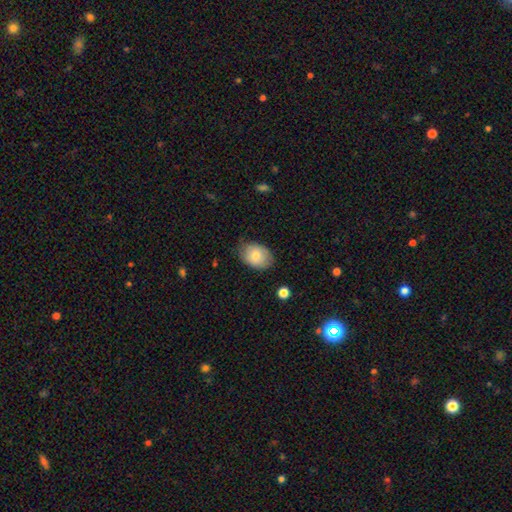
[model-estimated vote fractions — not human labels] The model was most divided on "merging": none: 75%, minor disturbance: 20%, major disturbance: 4%, merger: 1%. More confident: how rounded — in between (78%); smooth or featured — smooth (78%).